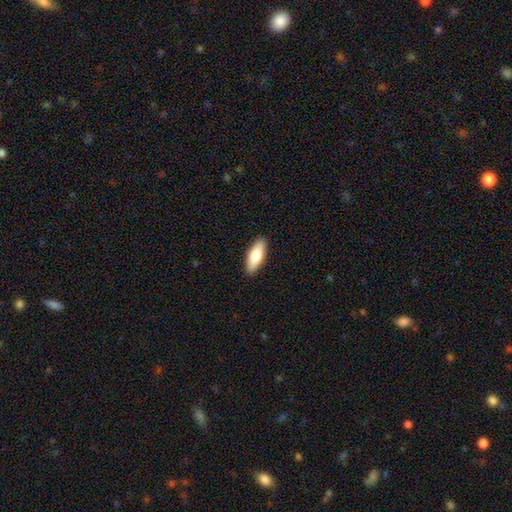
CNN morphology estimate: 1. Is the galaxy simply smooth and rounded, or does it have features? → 76% smooth, 19% featured or disk, 6% star or artifact.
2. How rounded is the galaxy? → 68% in between, 30% cigar-shaped, 2% round.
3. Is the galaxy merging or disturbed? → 90% none, 8% minor disturbance, 2% major disturbance, 1% merger.